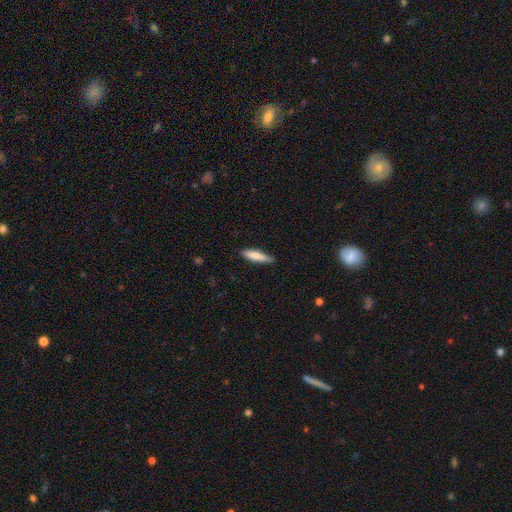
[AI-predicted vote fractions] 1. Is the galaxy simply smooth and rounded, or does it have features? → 78% smooth, 16% featured or disk, 5% star or artifact.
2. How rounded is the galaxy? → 78% cigar-shaped, 20% in between, 1% round.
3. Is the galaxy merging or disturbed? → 84% none, 13% minor disturbance, 2% major disturbance, 1% merger.